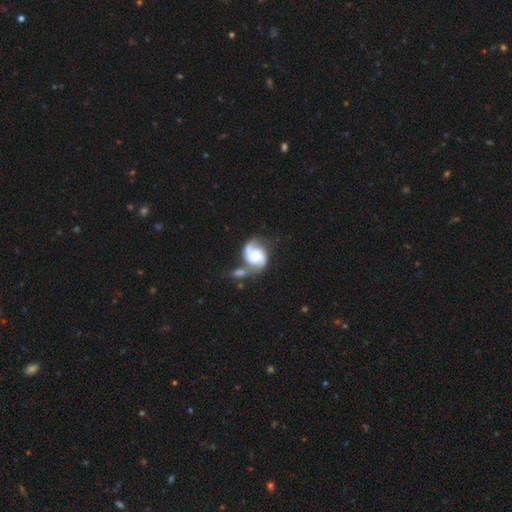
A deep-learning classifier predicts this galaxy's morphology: Smooth or featured? Predicted: featured or disk (p=0.82). Edge-on disk? Predicted: no (p=0.98). Bar? Predicted: no (p=0.59). Spiral arms? Predicted: yes (p=0.95). Spiral winding? Predicted: medium (p=0.50). Spiral arm count? Predicted: 2 (p=0.89). Bulge size? Predicted: moderate (p=0.55). Merging? Predicted: none (p=0.40).